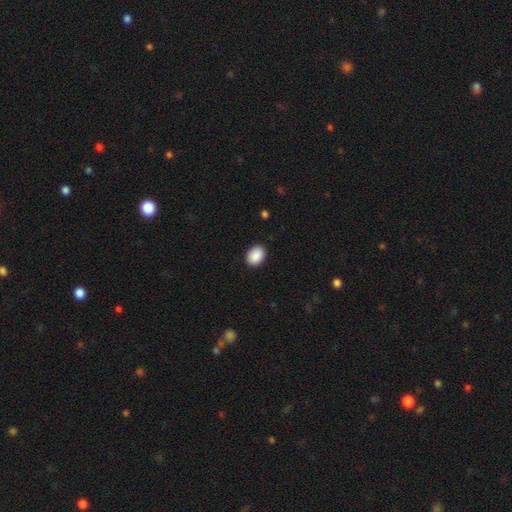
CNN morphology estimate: Q: Smooth or featured?
A: smooth (90%); runner-up: star or artifact (7%)
Q: How rounded?
A: in between (66%); runner-up: round (33%)
Q: Merging?
A: none (90%); runner-up: minor disturbance (7%)